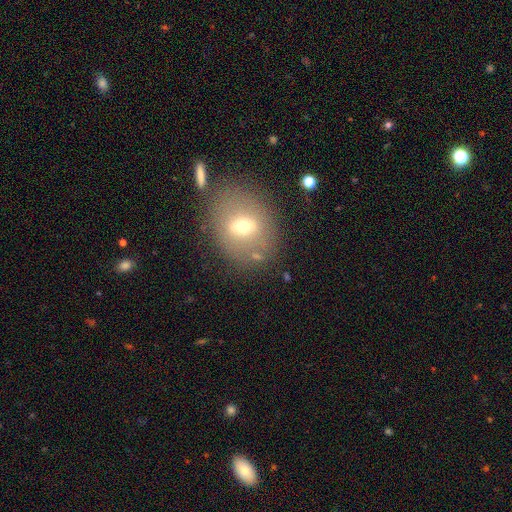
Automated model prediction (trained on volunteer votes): Overall: smooth (54%; featured or disk 34%). How rounded: round (52%; in between 46%). Merging: none (73%).